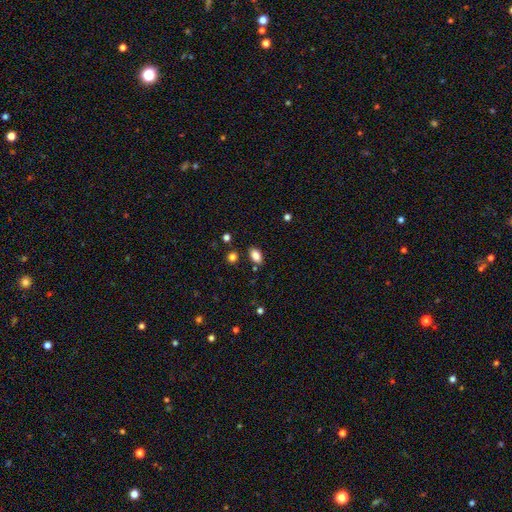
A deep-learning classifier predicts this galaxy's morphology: Overall: smooth (86%). How rounded: in between (90%). Merging: none (82%).